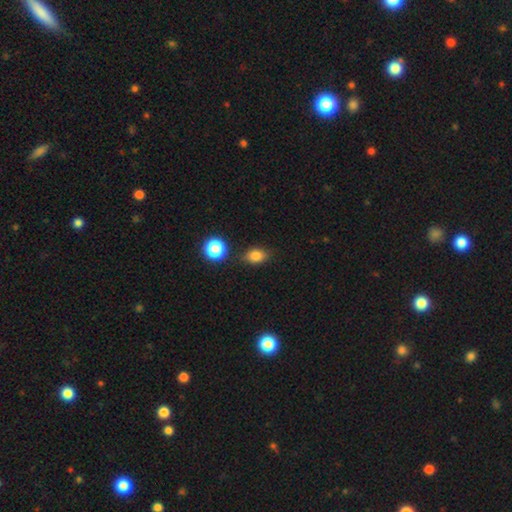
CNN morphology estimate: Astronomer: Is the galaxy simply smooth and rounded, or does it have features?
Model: smooth — 81%.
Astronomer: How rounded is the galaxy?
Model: in between — 70%.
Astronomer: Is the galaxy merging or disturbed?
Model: none — 77%.